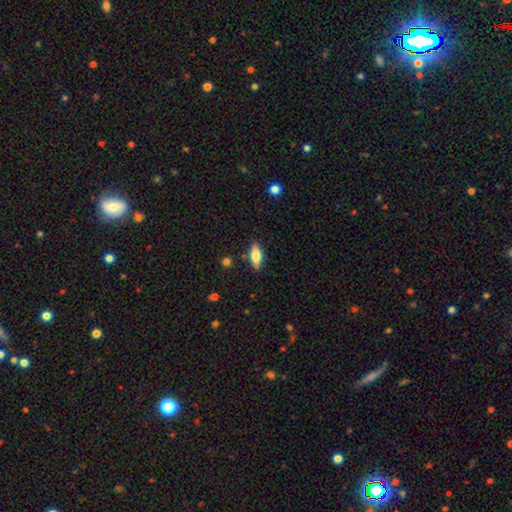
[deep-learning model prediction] smooth 62%, featured or disk 31%, star or artifact 7%. Down the decision tree: how rounded — in between (71%); merging — none (85%).